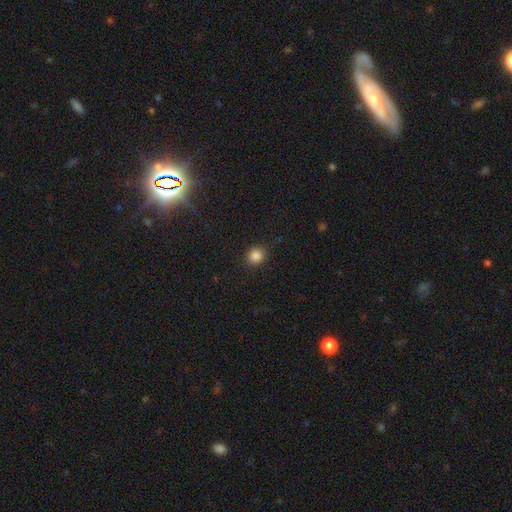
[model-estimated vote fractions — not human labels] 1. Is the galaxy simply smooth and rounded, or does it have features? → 85% smooth, 11% star or artifact, 4% featured or disk.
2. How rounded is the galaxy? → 85% round, 14% in between, 1% cigar-shaped.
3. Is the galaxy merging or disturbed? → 89% none, 8% minor disturbance, 2% major disturbance, 1% merger.